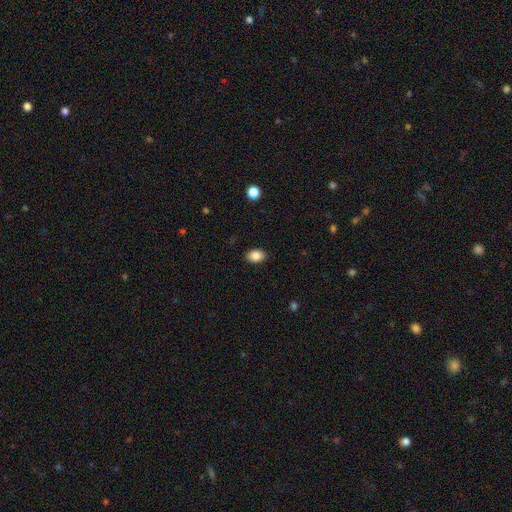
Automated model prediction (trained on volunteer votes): This appears to be a smooth galaxy with no disk features (87%) that is in between round and cigar-shaped (82%). Merging: none (88%).